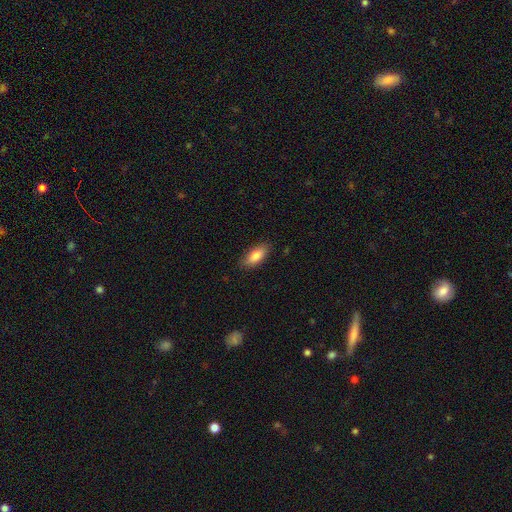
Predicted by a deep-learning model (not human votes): Overall: smooth (84%). How rounded: in between (82%). Merging: none (86%).